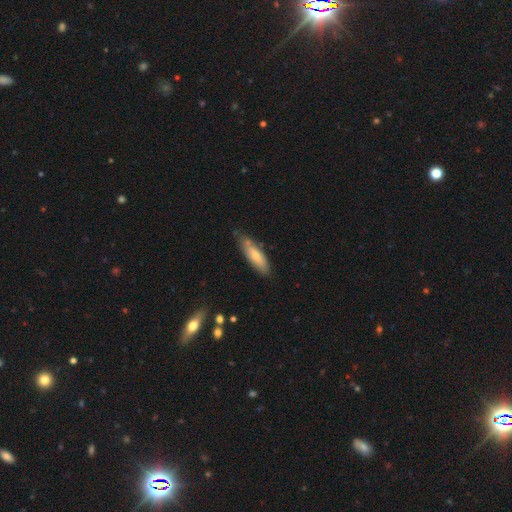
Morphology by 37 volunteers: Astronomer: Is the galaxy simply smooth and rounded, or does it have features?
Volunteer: smooth — 76%.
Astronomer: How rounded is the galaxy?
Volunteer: cigar-shaped — 64%.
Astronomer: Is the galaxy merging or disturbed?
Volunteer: none — 68%.